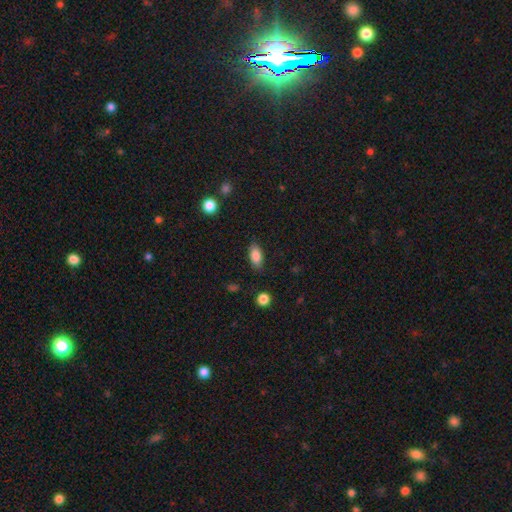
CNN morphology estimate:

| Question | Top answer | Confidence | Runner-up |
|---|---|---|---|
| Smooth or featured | smooth | 85% | star or artifact (8%) |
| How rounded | in between | 89% | cigar-shaped (7%) |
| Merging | none | 84% | minor disturbance (12%) |